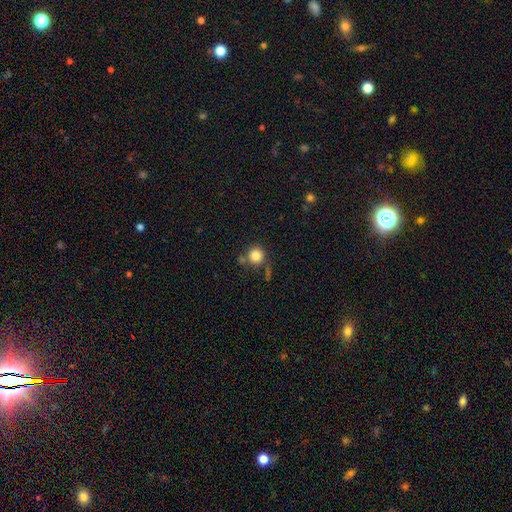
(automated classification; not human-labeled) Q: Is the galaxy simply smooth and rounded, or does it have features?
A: smooth — 83%.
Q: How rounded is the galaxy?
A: round — 92%.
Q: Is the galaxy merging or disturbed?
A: none — 71%.